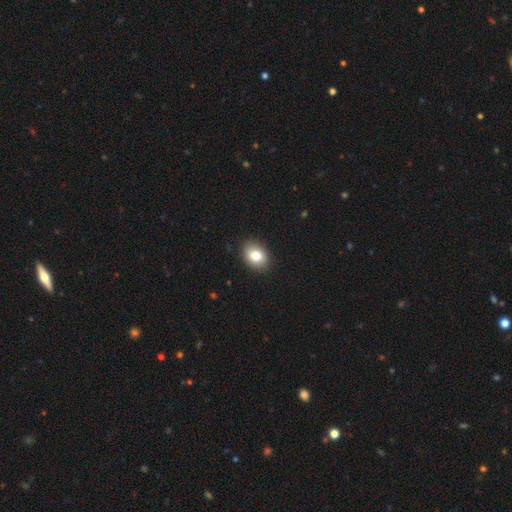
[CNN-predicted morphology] Smooth or featured? Predicted: smooth (p=0.80). How rounded? Predicted: in between (p=0.69). Merging? Predicted: none (p=0.89).